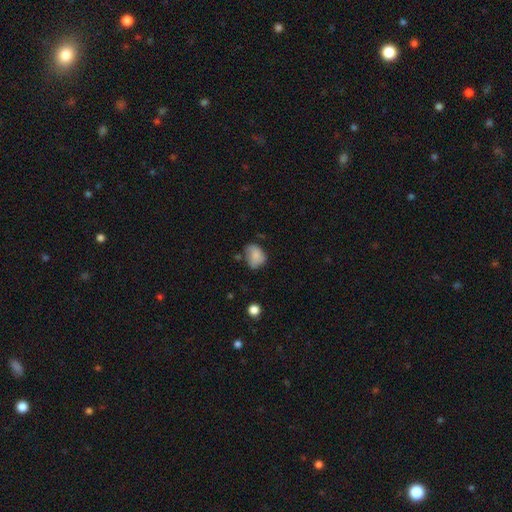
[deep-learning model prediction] Overall: smooth (78%). How rounded: in between (58%; round 41%). Merging: none (50%; minor disturbance 33%).